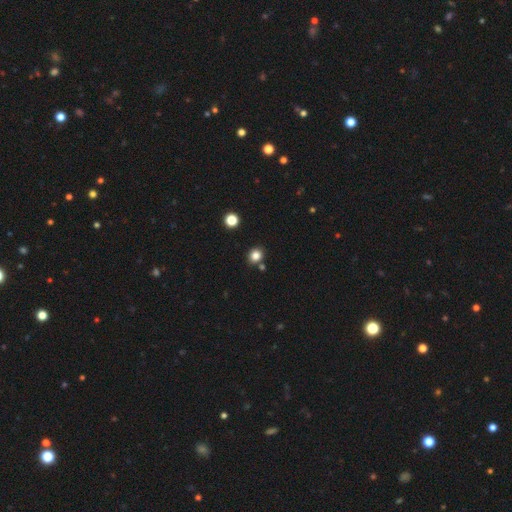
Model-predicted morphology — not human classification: Q: Smooth or featured?
A: smooth (82%); runner-up: star or artifact (13%)
Q: How rounded?
A: round (74%); runner-up: in between (25%)
Q: Merging?
A: none (81%); runner-up: minor disturbance (9%)